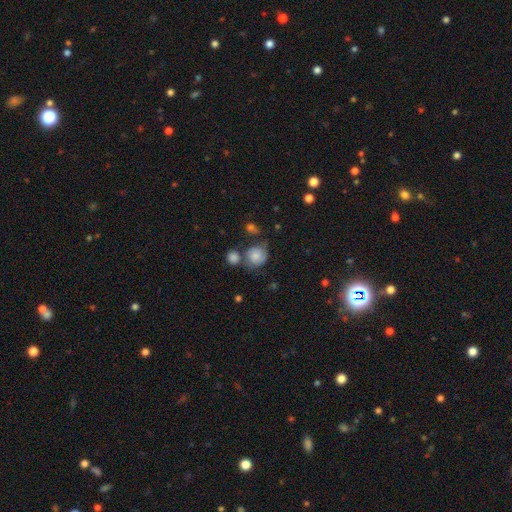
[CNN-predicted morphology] smooth_or_featured: smooth (p=0.65) [alt: featured or disk p=0.26]
how_rounded: round (p=0.79) [alt: in between p=0.20]
merging: none (p=0.51) [alt: minor disturbance p=0.21]